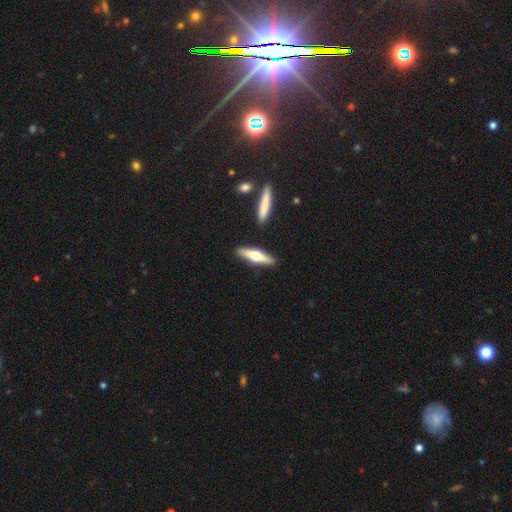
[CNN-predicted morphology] Smooth or featured: featured or disk — 52% (smooth — 43%)
Edge-on disk: yes — 94% (no — 6%)
Merging: none — 88% (minor disturbance — 7%)